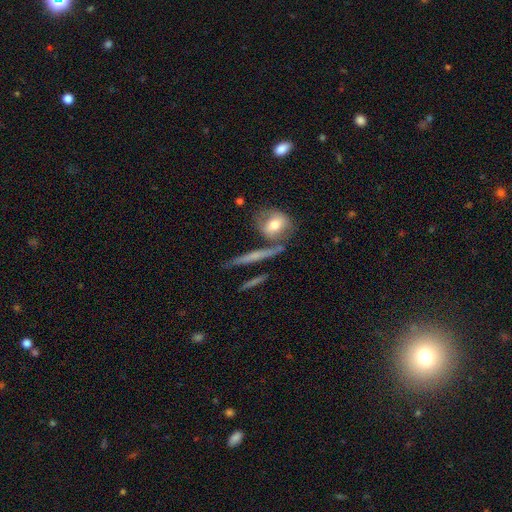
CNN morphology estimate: Smooth or featured?
  - featured or disk: 51% *
  - smooth: 39%
  - star or artifact: 9%
Edge-on disk?
  - yes: 77% *
  - no: 23%
Merging?
  - none: 66% *
  - merger: 16%
  - minor disturbance: 13%
  - major disturbance: 5%